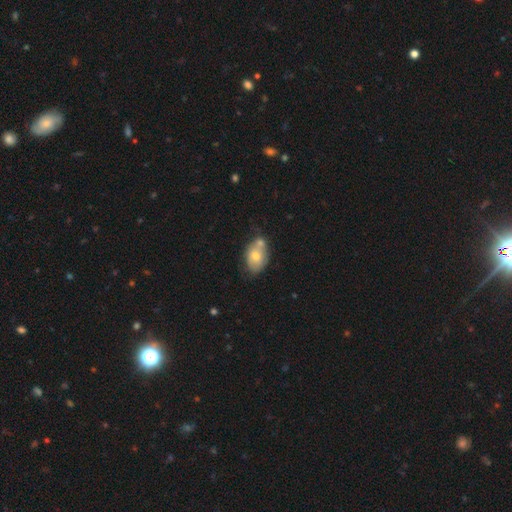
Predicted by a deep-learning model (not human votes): A smooth galaxy with no disk features (66%) that is in between round and cigar-shaped (82%). Merging: none (39%).